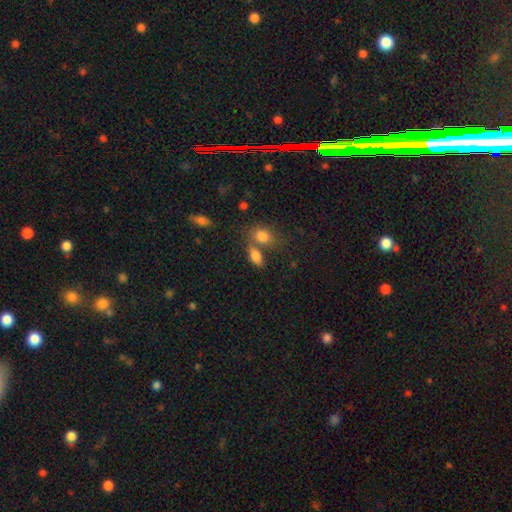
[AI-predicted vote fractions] A smooth galaxy with no disk features (80%) that is in between round and cigar-shaped (85%). Merging: none (42%).